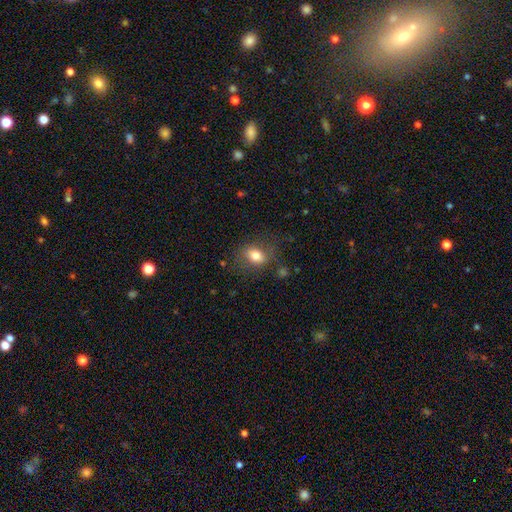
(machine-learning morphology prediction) This appears to be a smooth galaxy with no disk features (78%) that is in between round and cigar-shaped (69%). Merging: none (73%).